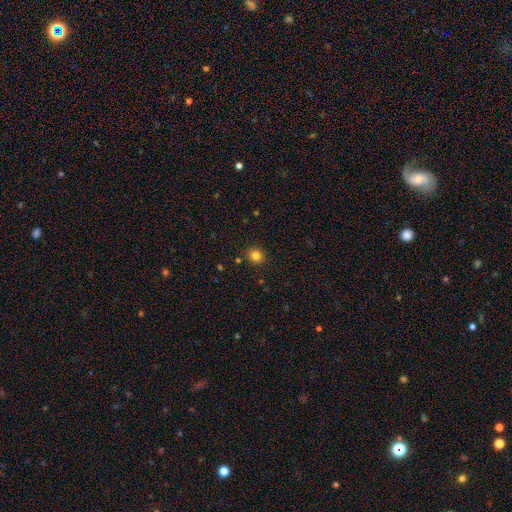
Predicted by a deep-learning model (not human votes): smooth_or_featured: smooth (p=0.82) [alt: star or artifact p=0.14]
how_rounded: round (p=0.90) [alt: in between p=0.09]
merging: none (p=0.89) [alt: minor disturbance p=0.07]